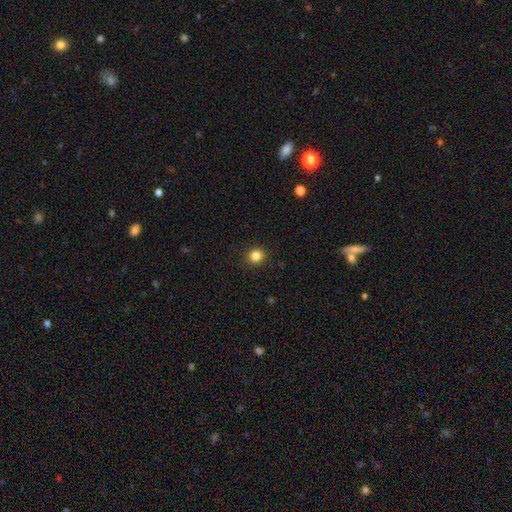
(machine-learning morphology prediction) smooth_or_featured: smooth (p=0.83) [alt: star or artifact p=0.12]
how_rounded: round (p=0.89) [alt: in between p=0.10]
merging: none (p=0.92) [alt: minor disturbance p=0.05]